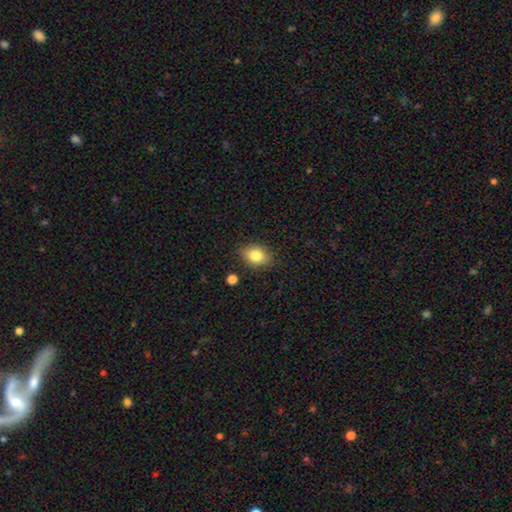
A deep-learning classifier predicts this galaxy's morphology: Overall: smooth (82%). How rounded: in between (71%). Merging: none (83%).